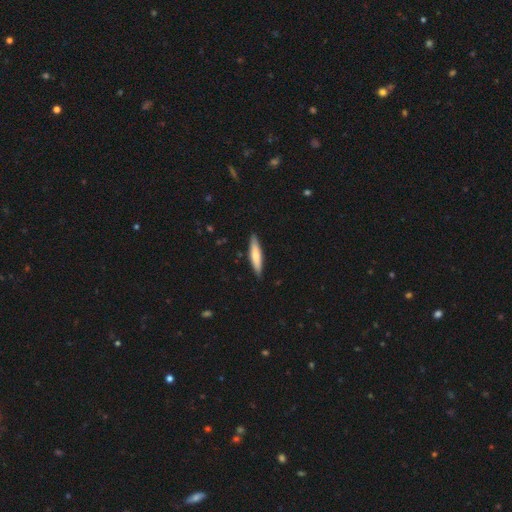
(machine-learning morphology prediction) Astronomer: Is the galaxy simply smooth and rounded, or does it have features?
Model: smooth — 70%.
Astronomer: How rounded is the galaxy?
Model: cigar-shaped — 83%.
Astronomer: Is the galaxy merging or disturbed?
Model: none — 88%.